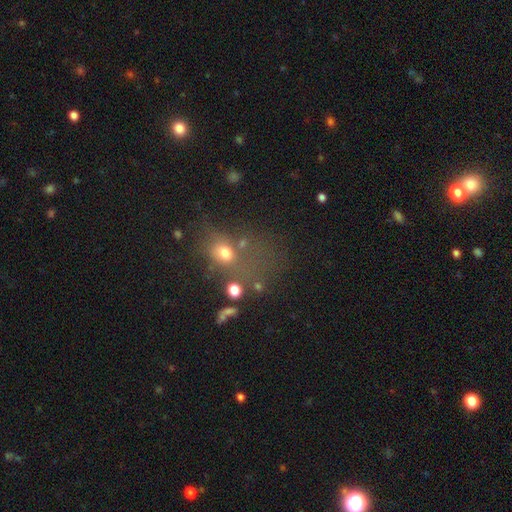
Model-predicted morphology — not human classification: The model was most divided on "smooth or featured": star or artifact: 45%, smooth: 40%, featured or disk: 15%.